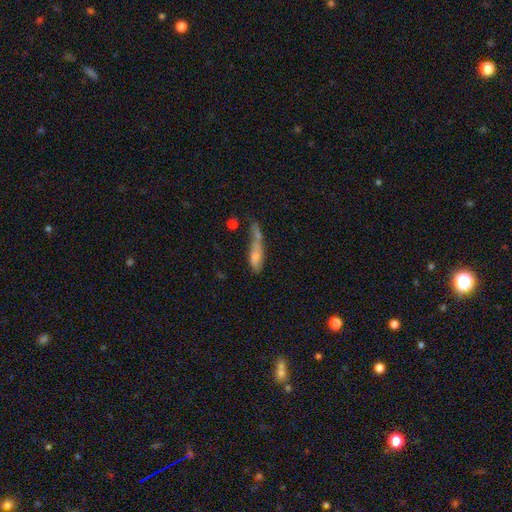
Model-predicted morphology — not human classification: smooth_or_featured: smooth (p=0.70) [alt: featured or disk p=0.21]
how_rounded: in between (p=0.52) [alt: cigar-shaped p=0.44]
merging: merger (p=0.42) [alt: none p=0.23]